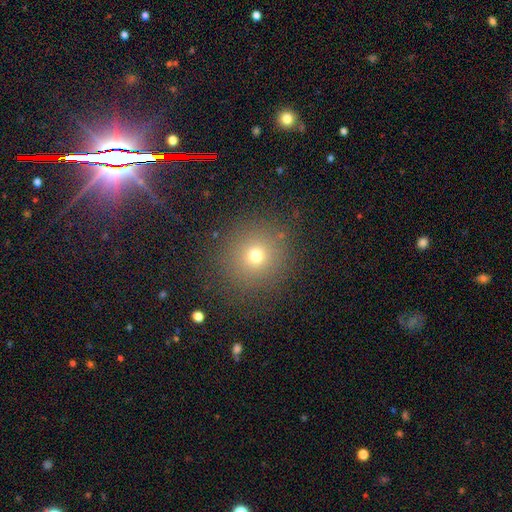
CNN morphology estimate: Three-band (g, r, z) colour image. It shows a smooth galaxy with no disk features (71%) that is round (92%). Merging: none (87%).